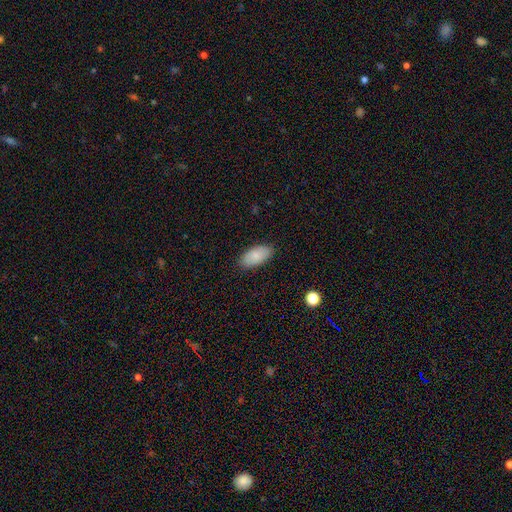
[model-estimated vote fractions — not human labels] smooth-or-featured: smooth: 85% | featured or disk: 9% | star or artifact: 6%
  how-rounded: in between: 95% | cigar-shaped: 3% | round: 2%
  merging: none: 87% | minor disturbance: 10% | major disturbance: 2% | merger: 1%